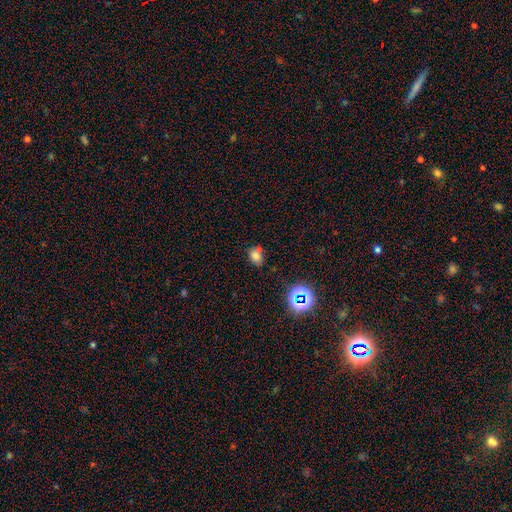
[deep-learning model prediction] The model was most divided on "how rounded": in between: 67%, round: 32%, cigar-shaped: 1%. More confident: smooth or featured — smooth (72%); merging — none (63%).